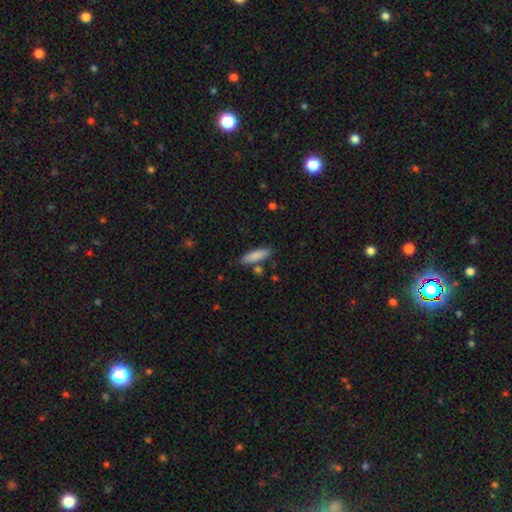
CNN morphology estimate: Smooth or featured? Predicted: smooth (p=0.86). How rounded? Predicted: cigar-shaped (p=0.58). Merging? Predicted: none (p=0.81).